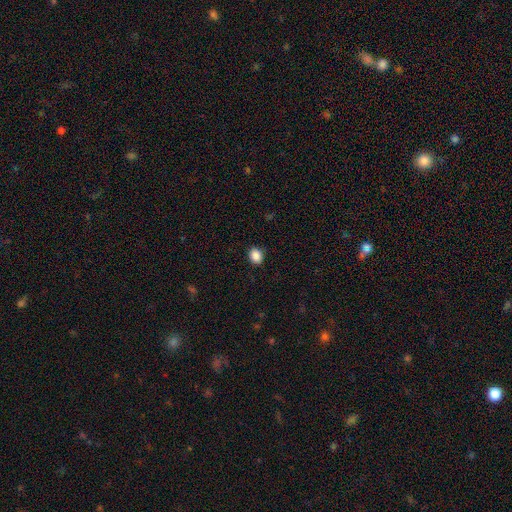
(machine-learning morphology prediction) Q: Smooth or featured?
A: smooth (87%); runner-up: star or artifact (9%)
Q: How rounded?
A: round (54%); runner-up: in between (45%)
Q: Merging?
A: none (89%); runner-up: minor disturbance (8%)